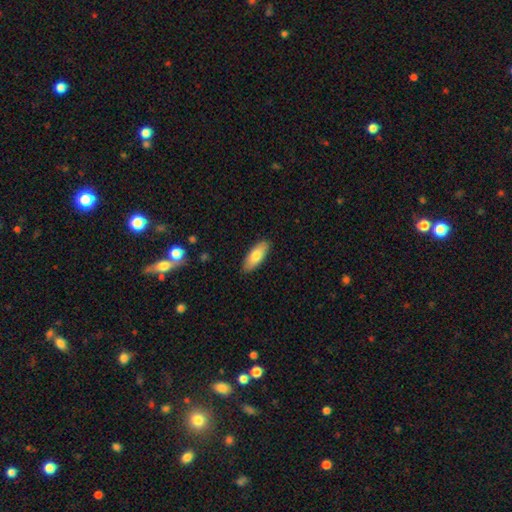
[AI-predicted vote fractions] Morphology: type=smooth (78%); roundness=in between (79%); merging=none (89%).